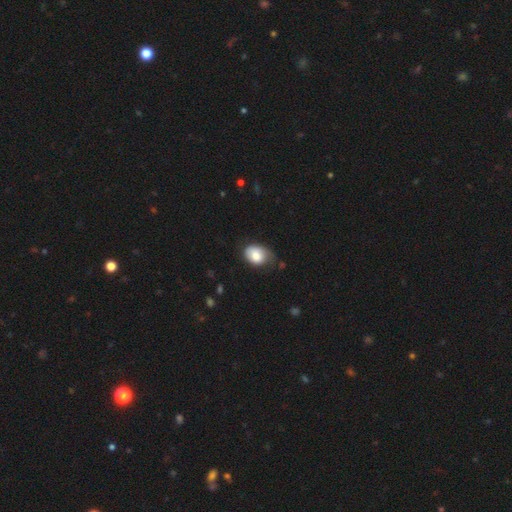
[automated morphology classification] smooth_or_featured: smooth (p=0.77) [alt: featured or disk p=0.16]
how_rounded: in between (p=0.73) [alt: round p=0.26]
merging: none (p=0.50) [alt: minor disturbance p=0.37]